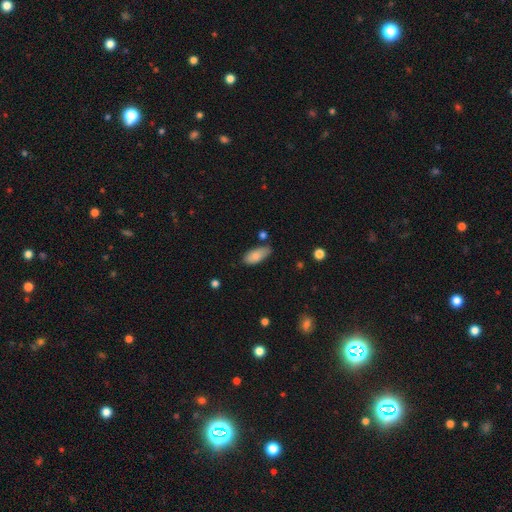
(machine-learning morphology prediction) Smooth or featured: smooth — 85% (featured or disk — 9%)
How rounded: in between — 86% (cigar-shaped — 11%)
Merging: none — 69% (minor disturbance — 23%)